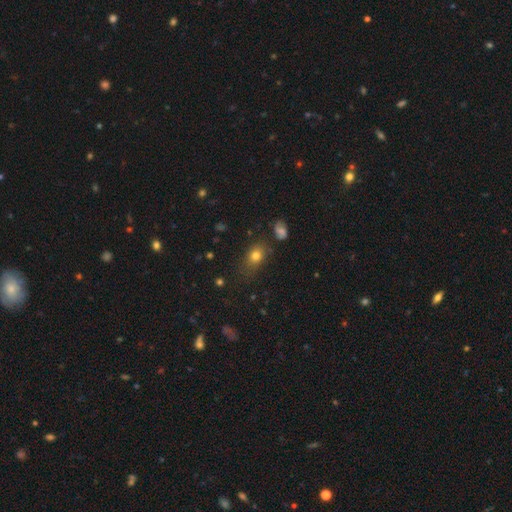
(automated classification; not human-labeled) Smooth or featured? Predicted: smooth (p=0.77). How rounded? Predicted: in between (p=0.63). Merging? Predicted: none (p=0.64).